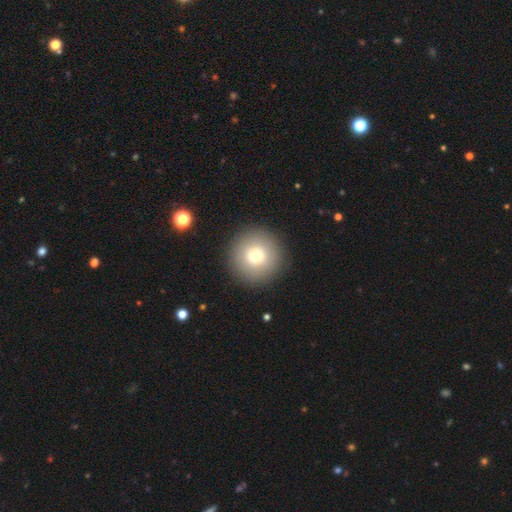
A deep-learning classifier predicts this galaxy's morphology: Smooth or featured: smooth — 78% (featured or disk — 12%)
How rounded: round — 96% (in between — 3%)
Merging: none — 91% (minor disturbance — 5%)